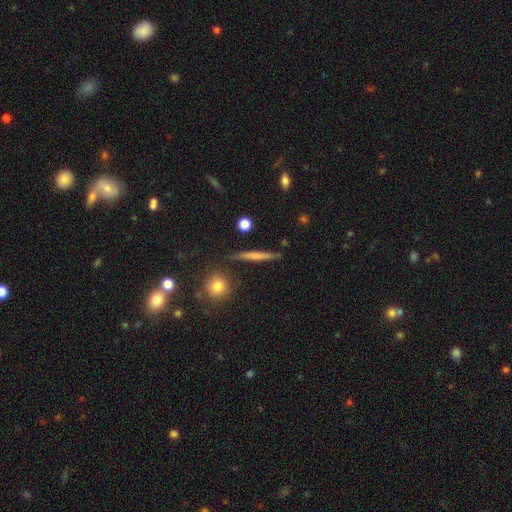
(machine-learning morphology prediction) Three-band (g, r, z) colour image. It shows a smooth galaxy with no disk features (57%) that is cigar-shaped (90%). Merging: none (85%).